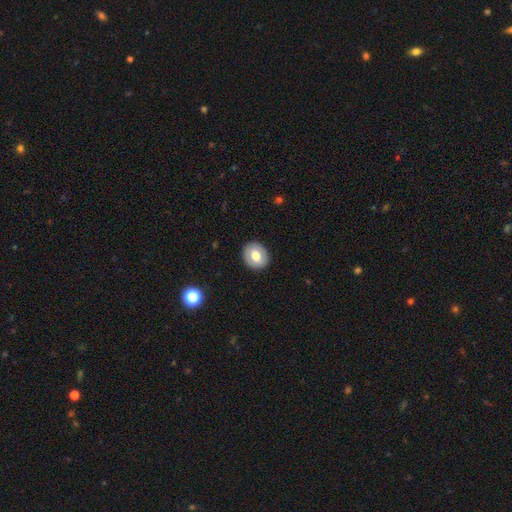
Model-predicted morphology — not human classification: type=smooth (69%); roundness=round (64%); merging=none (89%).